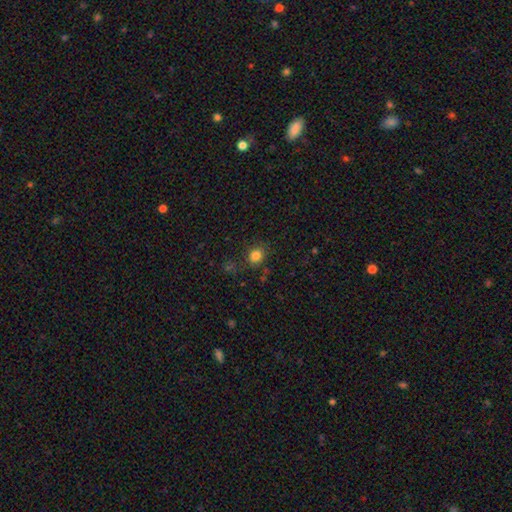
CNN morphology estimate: Smooth or featured? smooth (82%)
How rounded? round (73%)
Merging? none (81%)